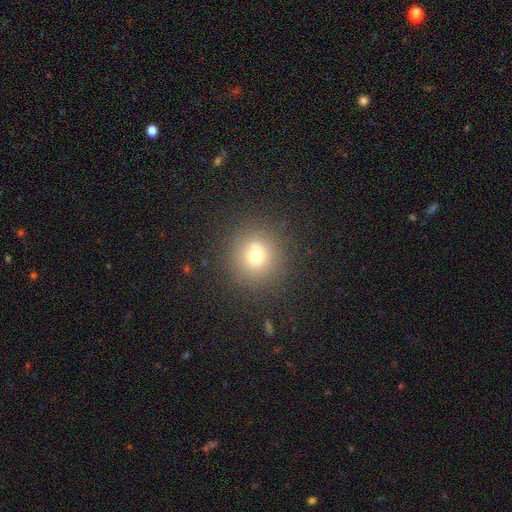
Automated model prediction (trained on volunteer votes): smooth 69%, star or artifact 19%, featured or disk 12%. Down the decision tree: how rounded — round (93%); merging — none (86%).